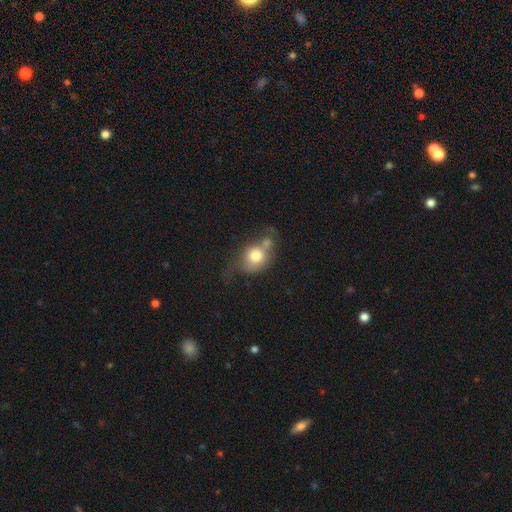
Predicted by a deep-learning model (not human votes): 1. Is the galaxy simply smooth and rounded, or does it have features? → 69% smooth, 22% featured or disk, 8% star or artifact.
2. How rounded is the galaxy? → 52% round, 46% in between, 2% cigar-shaped.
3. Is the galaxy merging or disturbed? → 32% merger, 27% none, 21% minor disturbance, 20% major disturbance.